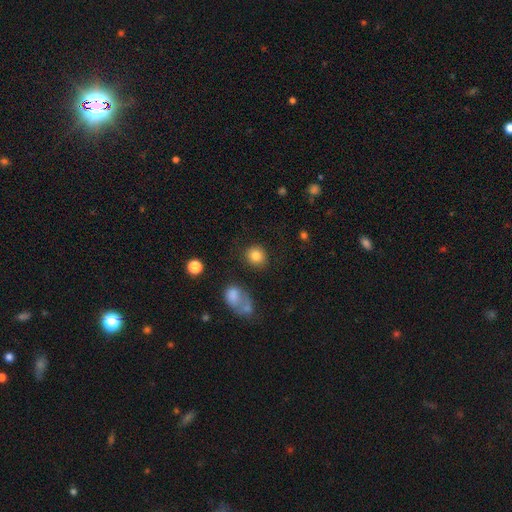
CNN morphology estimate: Overall: smooth (82%). How rounded: round (85%). Merging: none (84%).